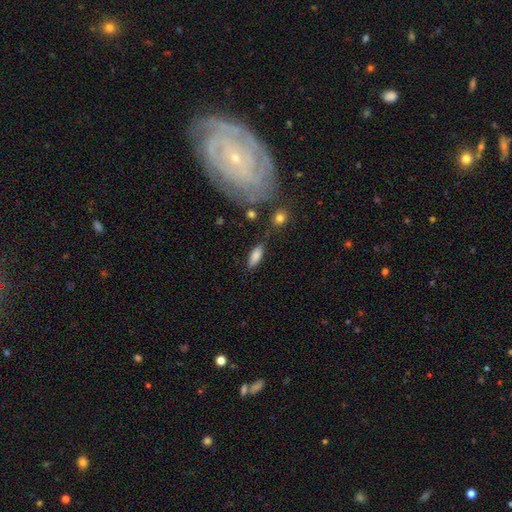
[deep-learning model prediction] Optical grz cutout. It shows a smooth galaxy with no disk features (82%) that is in between round and cigar-shaped (67%). Merging: none (76%).